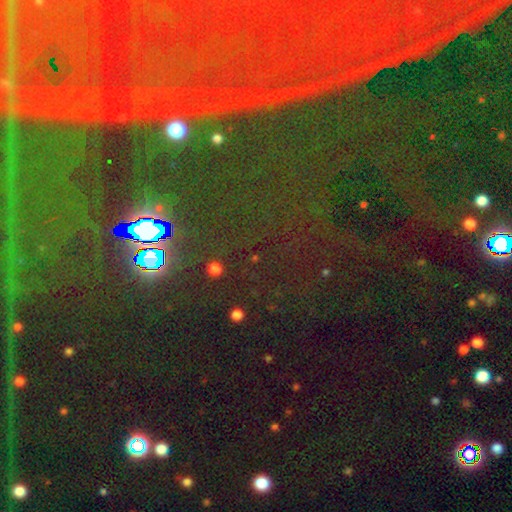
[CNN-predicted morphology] This is clearly a star or artifact rather than a galaxy (82%).